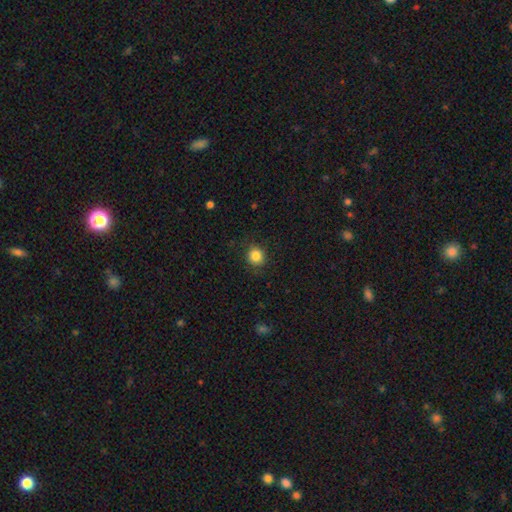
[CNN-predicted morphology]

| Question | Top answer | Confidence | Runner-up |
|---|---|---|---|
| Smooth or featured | smooth | 84% | star or artifact (11%) |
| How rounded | round | 86% | in between (13%) |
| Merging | none | 87% | minor disturbance (9%) |